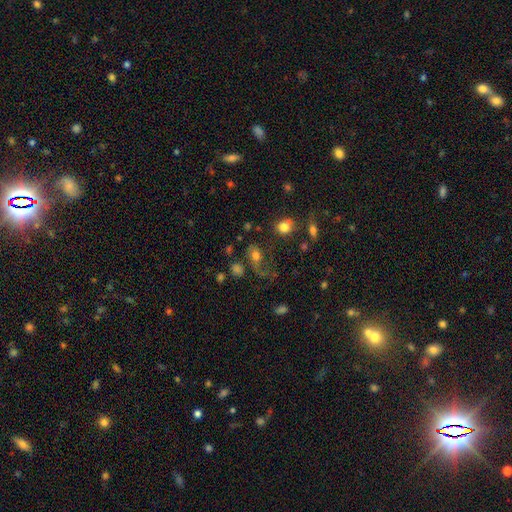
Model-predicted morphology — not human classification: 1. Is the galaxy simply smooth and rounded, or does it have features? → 60% smooth, 27% featured or disk, 14% star or artifact.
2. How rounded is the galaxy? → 62% in between, 35% round, 3% cigar-shaped.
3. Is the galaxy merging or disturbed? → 41% major disturbance, 33% none, 18% minor disturbance, 8% merger.